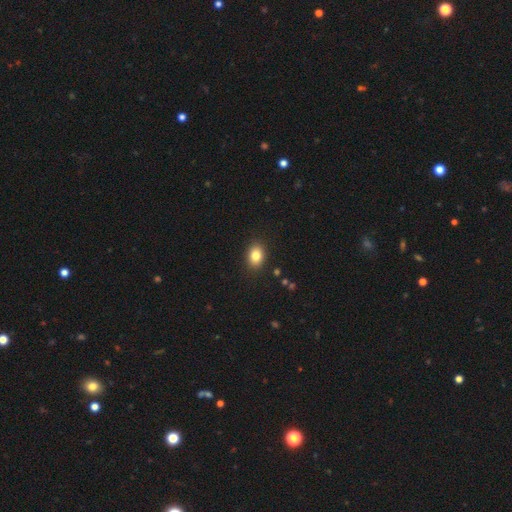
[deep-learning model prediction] The model was most divided on "how rounded": in between: 70%, round: 29%, cigar-shaped: 1%. More confident: merging — none (89%); smooth or featured — smooth (83%).